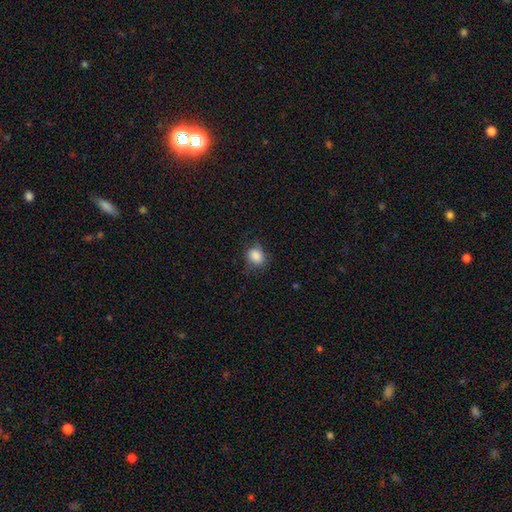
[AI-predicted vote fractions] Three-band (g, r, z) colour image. It shows a smooth galaxy with no disk features (86%) that is round (63%). Merging: none (69%).